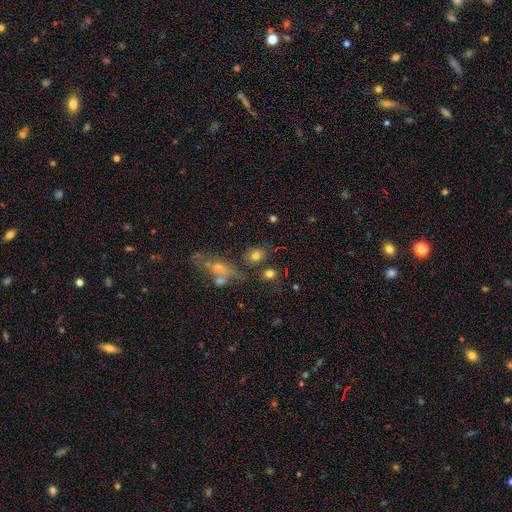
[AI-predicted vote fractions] A smooth galaxy with no disk features (75%) that is round (52%).

Vote fractions:
- Smooth or featured? smooth: 75% / star or artifact: 14% / featured or disk: 12%
- How rounded? round: 52% / in between: 45% / cigar-shaped: 3%
- Merging? none: 65% / merger: 15% / minor disturbance: 14% / major disturbance: 6%